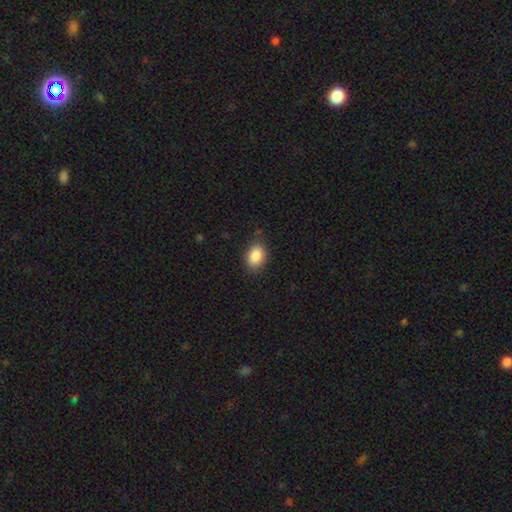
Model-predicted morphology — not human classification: Q: Smooth or featured?
A: smooth (88%); runner-up: star or artifact (8%)
Q: How rounded?
A: in between (85%); runner-up: round (13%)
Q: Merging?
A: none (82%); runner-up: minor disturbance (14%)